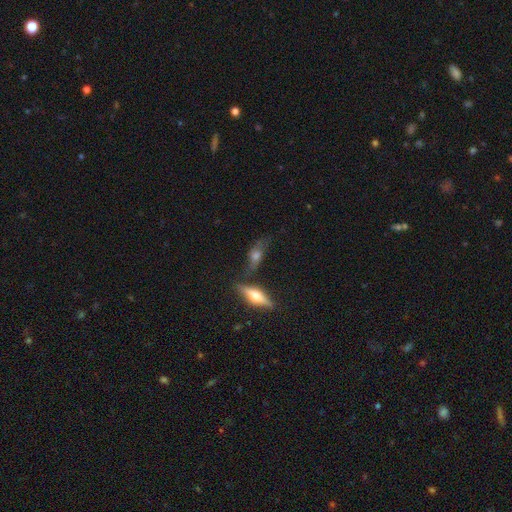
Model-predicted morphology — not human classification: This appears to be a featured or disk galaxy (50%) viewed edge-on (75%). Merging: none (59%).